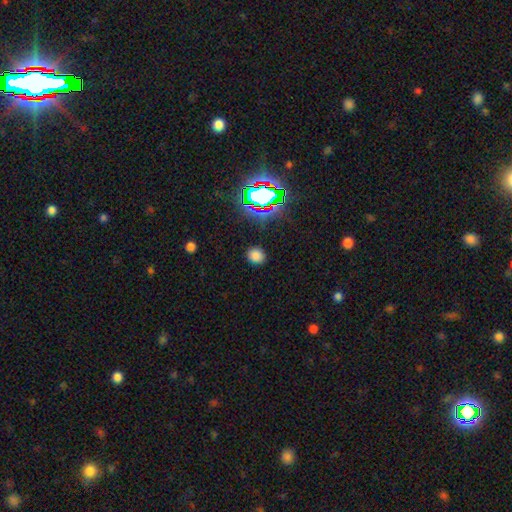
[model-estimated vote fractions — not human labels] Smooth or featured? smooth (75%)
How rounded? round (71%)
Merging? none (87%)